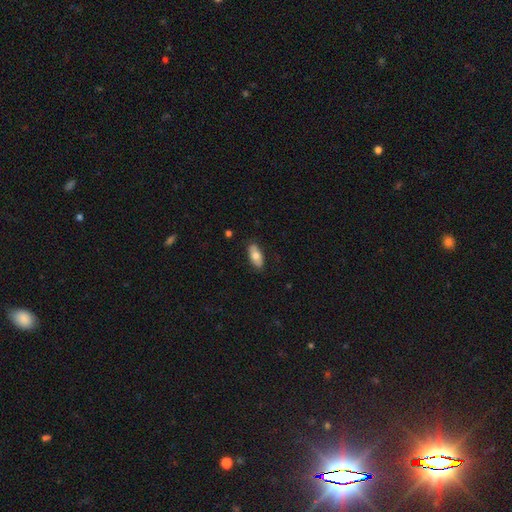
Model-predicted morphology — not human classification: This is likely a smooth galaxy (73%). How rounded: clearly in between (89%). Merging: clearly none (84%).